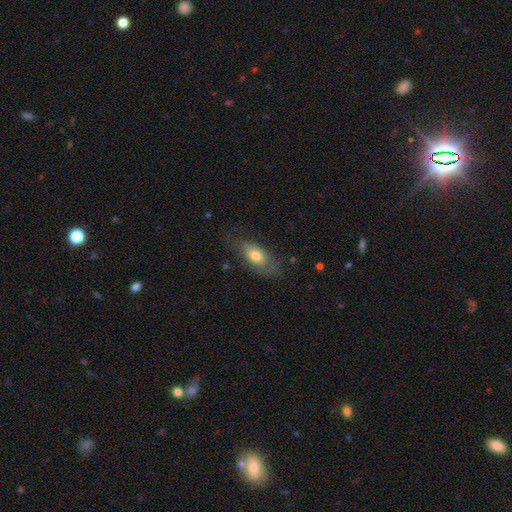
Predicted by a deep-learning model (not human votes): smooth-or-featured: smooth: 70% | featured or disk: 22% | star or artifact: 8%
  how-rounded: in between: 85% | cigar-shaped: 9% | round: 6%
  merging: none: 58% | minor disturbance: 27% | major disturbance: 13% | merger: 2%